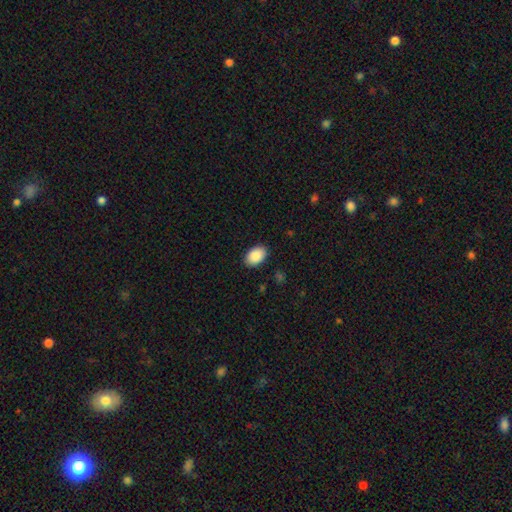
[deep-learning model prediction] This appears to be a smooth galaxy with no disk features (90%) that is in between round and cigar-shaped (89%). Merging: none (89%).